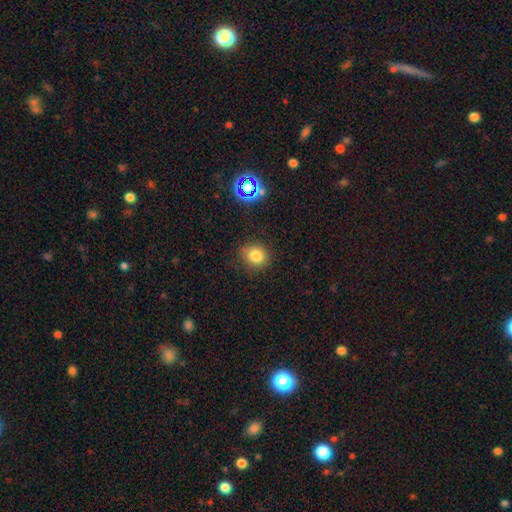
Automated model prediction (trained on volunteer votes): The model was most divided on "how rounded": round: 79%, in between: 20%, cigar-shaped: 1%. More confident: merging — none (81%); smooth or featured — smooth (79%).